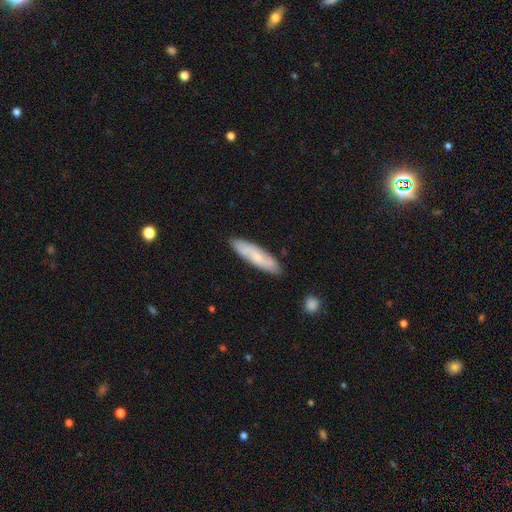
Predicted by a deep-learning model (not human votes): Smooth or featured?
  - smooth: 60% *
  - featured or disk: 34%
  - star or artifact: 6%
How rounded?
  - cigar-shaped: 73% *
  - in between: 25%
  - round: 2%
Merging?
  - none: 85% *
  - minor disturbance: 11%
  - major disturbance: 2%
  - merger: 2%